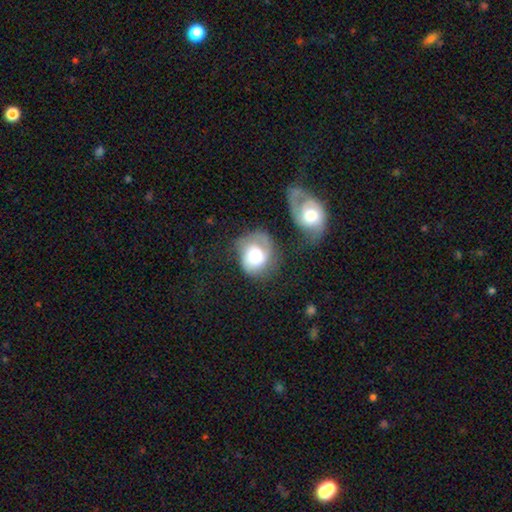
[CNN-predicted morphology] Smooth or featured: smooth — 51% (featured or disk — 42%)
How rounded: round — 60% (in between — 39%)
Merging: none — 40% (minor disturbance — 26%)